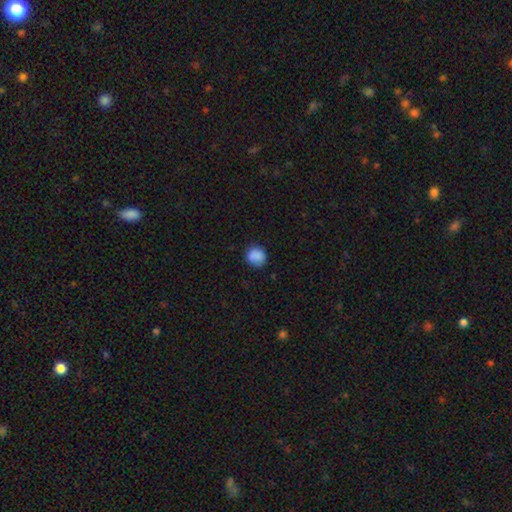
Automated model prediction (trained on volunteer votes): Smooth or featured? Predicted: smooth (p=0.86). How rounded? Predicted: round (p=0.83). Merging? Predicted: none (p=0.80).